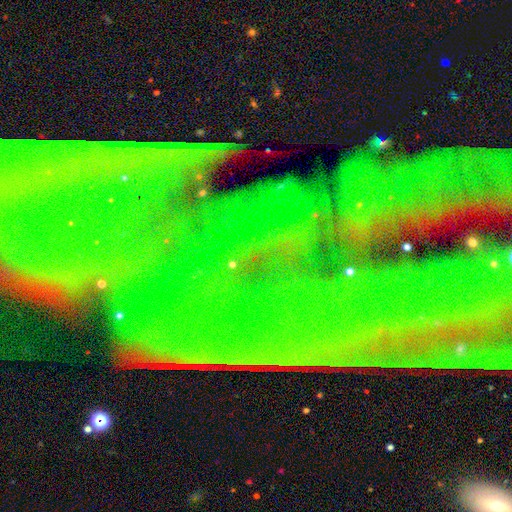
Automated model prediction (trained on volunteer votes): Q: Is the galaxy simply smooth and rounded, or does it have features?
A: star or artifact — 79%.